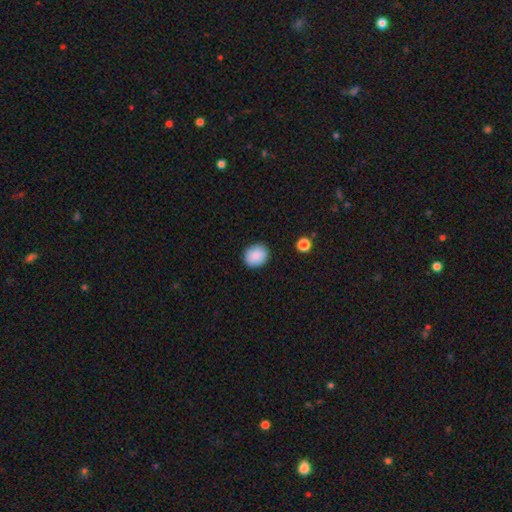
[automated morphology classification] Overall: smooth (87%). How rounded: round (69%; in between 30%). Merging: none (88%).